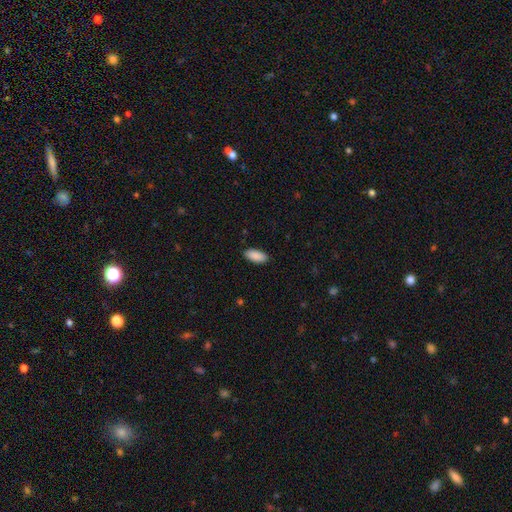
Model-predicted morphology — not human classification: smooth-or-featured: smooth: 91% | star or artifact: 6% | featured or disk: 3%
  how-rounded: in between: 91% | cigar-shaped: 7% | round: 2%
  merging: none: 89% | minor disturbance: 8% | major disturbance: 2% | merger: 1%